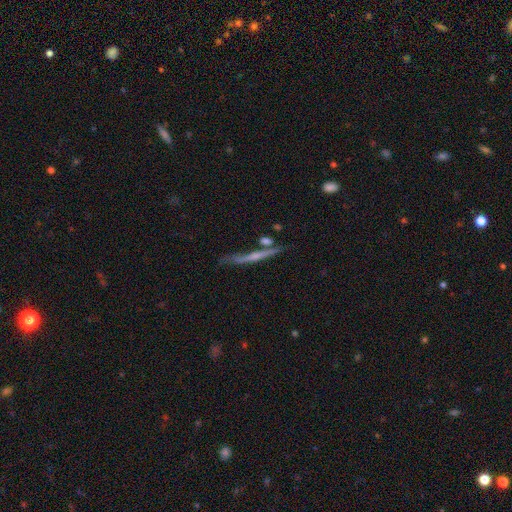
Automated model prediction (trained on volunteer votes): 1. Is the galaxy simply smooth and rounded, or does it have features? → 61% featured or disk, 31% smooth, 8% star or artifact.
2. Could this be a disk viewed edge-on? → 94% yes, 6% no.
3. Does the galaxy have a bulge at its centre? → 53% none, 37% rounded, 10% boxy.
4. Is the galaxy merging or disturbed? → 67% none, 16% minor disturbance, 11% merger, 6% major disturbance.